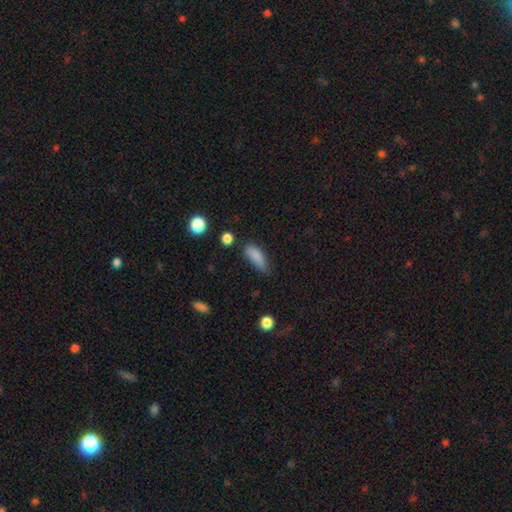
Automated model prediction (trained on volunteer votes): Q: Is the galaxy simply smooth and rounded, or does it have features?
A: smooth — 84%.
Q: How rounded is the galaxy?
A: in between — 62%.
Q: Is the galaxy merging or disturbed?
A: none — 56%.